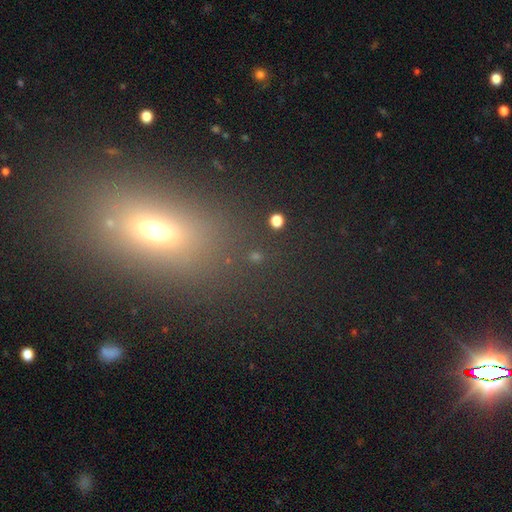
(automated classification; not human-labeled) This appears to be a smooth galaxy with no disk features (43%). Merging: none (74%).